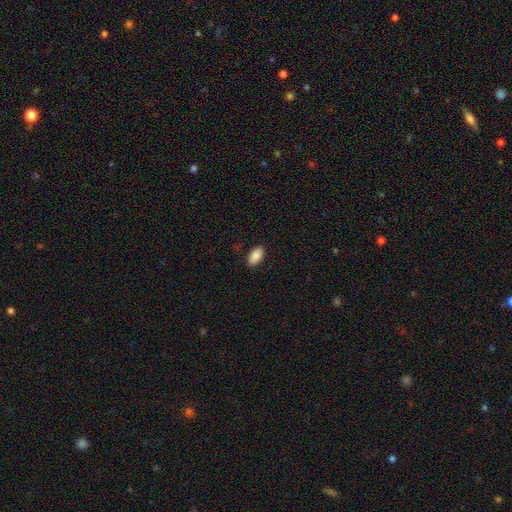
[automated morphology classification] smooth 89%, star or artifact 7%, featured or disk 4%. Down the decision tree: how rounded — in between (94%); merging — none (89%).